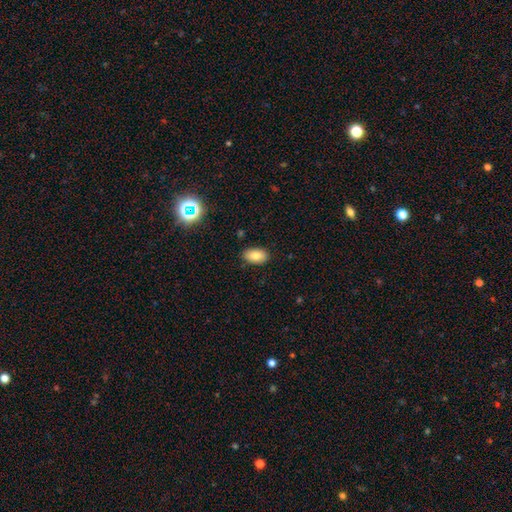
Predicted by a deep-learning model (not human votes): A smooth galaxy with no disk features (82%) that is in between round and cigar-shaped (92%). Merging: none (87%).